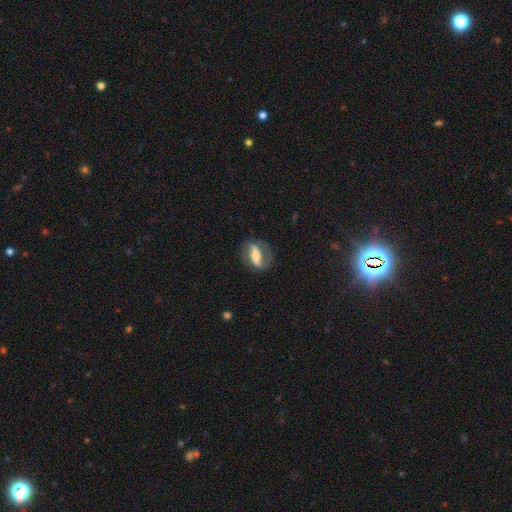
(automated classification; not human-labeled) This appears to be a featured or disk galaxy (68%) with a strong bar (61%), spiral arms (76%) and a moderate central bulge (49%). Merging: none (71%).